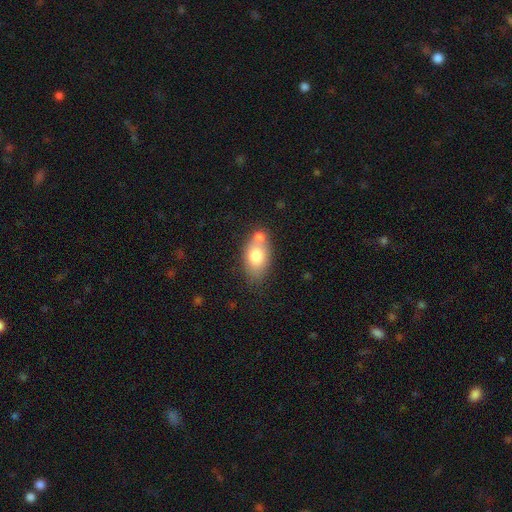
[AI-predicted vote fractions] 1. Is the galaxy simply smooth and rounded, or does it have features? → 74% smooth, 18% featured or disk, 8% star or artifact.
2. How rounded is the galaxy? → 85% in between, 12% round, 3% cigar-shaped.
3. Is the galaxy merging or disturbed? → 48% none, 34% merger, 14% minor disturbance, 4% major disturbance.